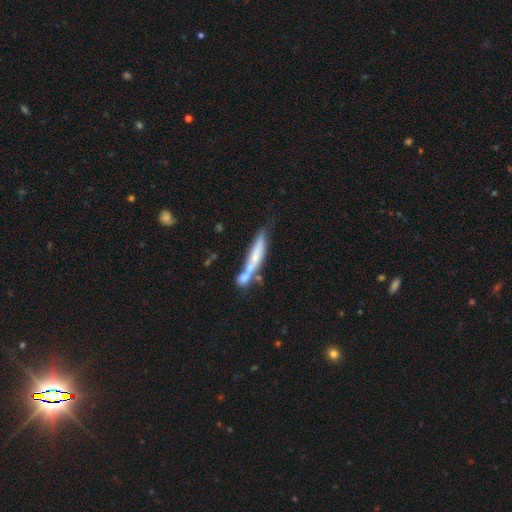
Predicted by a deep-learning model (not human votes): This is possibly a smooth galaxy (51%). How rounded: clearly cigar-shaped (86%). Merging: marginally none (38%).